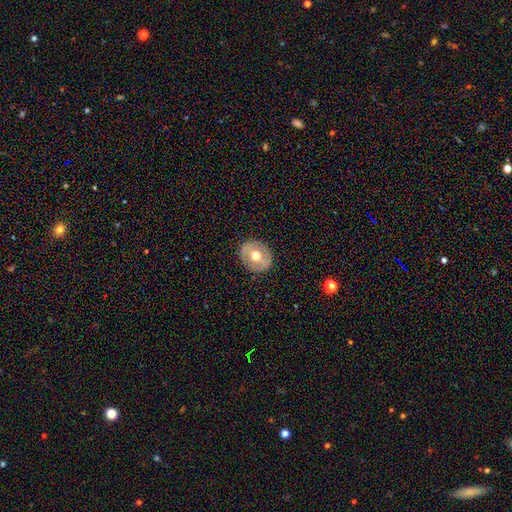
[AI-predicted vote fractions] This is possibly a smooth galaxy (47%, tied with featured or disk). Merging: clearly none (86%).